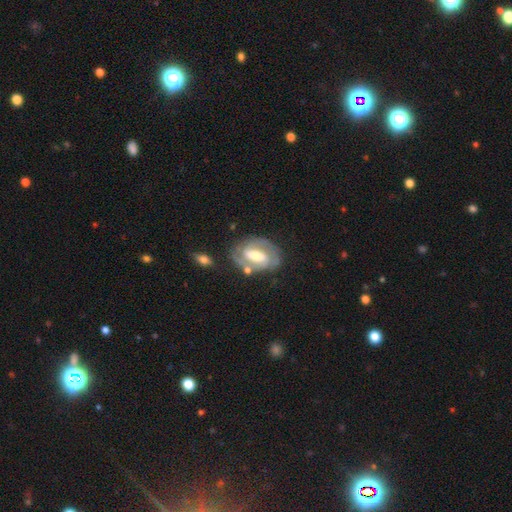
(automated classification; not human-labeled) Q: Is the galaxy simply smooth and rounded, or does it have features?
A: featured or disk — 79%.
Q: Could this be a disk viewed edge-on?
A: no — 96%.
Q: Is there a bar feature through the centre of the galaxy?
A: strong — 43%.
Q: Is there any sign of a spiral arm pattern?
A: yes — 88%.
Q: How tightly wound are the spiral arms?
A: tight — 49%.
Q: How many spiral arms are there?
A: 2 — 80%.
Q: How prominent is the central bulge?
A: moderate — 56%.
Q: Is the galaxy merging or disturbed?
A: none — 70%.